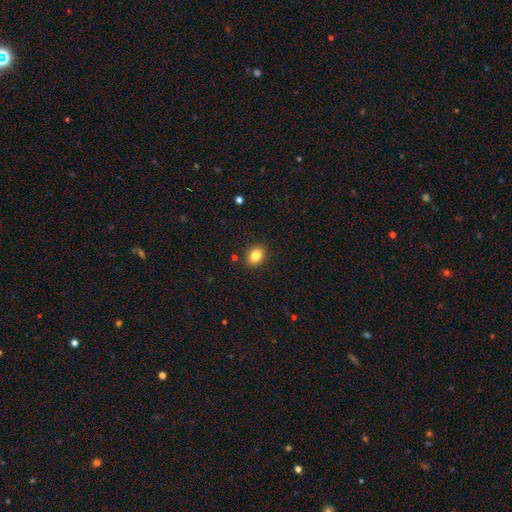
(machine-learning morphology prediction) smooth-or-featured: smooth: 83% | star or artifact: 10% | featured or disk: 7%
  how-rounded: in between: 61% | round: 38% | cigar-shaped: 1%
  merging: none: 89% | minor disturbance: 8% | major disturbance: 2% | merger: 2%